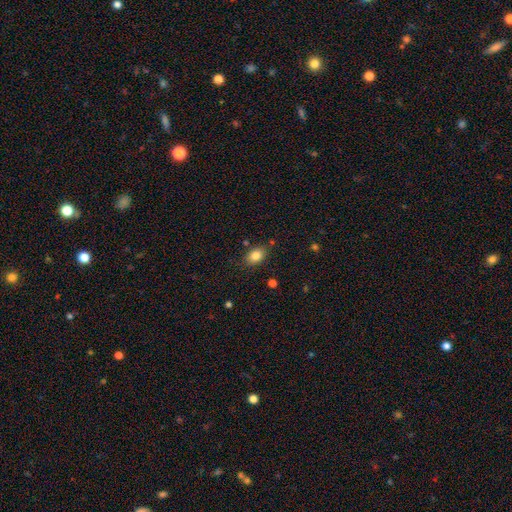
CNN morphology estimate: Smooth or featured? Predicted: smooth (p=0.83). How rounded? Predicted: in between (p=0.79). Merging? Predicted: none (p=0.81).